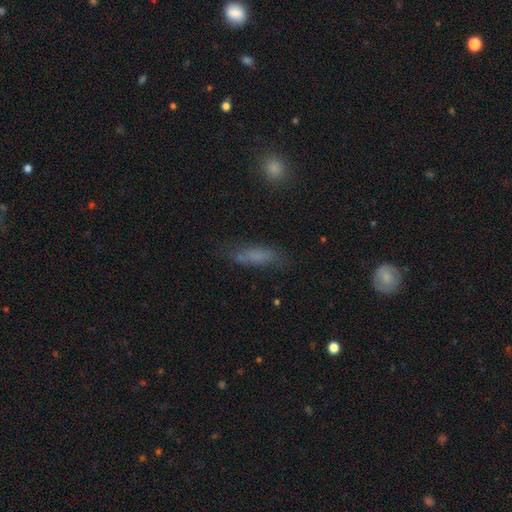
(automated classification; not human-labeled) This appears to be a smooth galaxy with no disk features (66%) that is cigar-shaped (59%). Merging: none (68%).